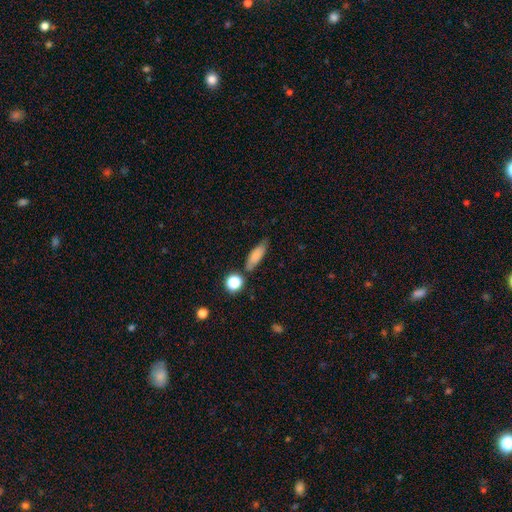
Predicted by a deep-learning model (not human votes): The model was most divided on "how rounded": in between: 58%, cigar-shaped: 37%, round: 4%. More confident: smooth or featured — smooth (79%); merging — none (71%).